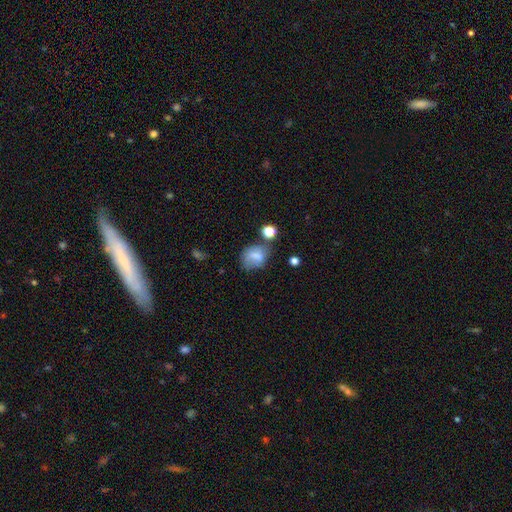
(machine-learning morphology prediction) Smooth or featured? Predicted: smooth (p=0.66). How rounded? Predicted: in between (p=0.57). Merging? Predicted: none (p=0.49).